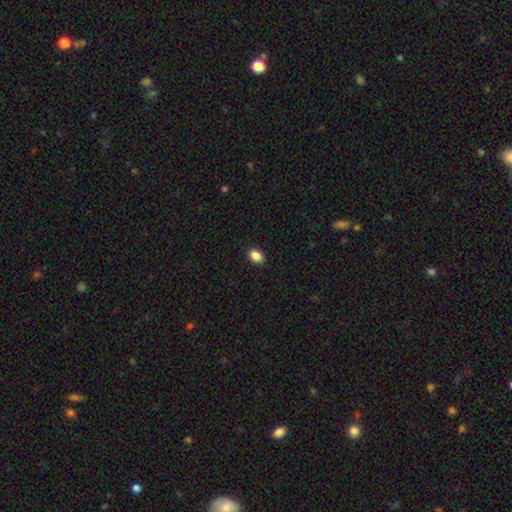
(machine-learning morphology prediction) Smooth or featured?
  - smooth: 87% *
  - star or artifact: 9%
  - featured or disk: 3%
How rounded?
  - in between: 74% *
  - round: 25%
  - cigar-shaped: 1%
Merging?
  - none: 91% *
  - minor disturbance: 7%
  - major disturbance: 2%
  - merger: 1%